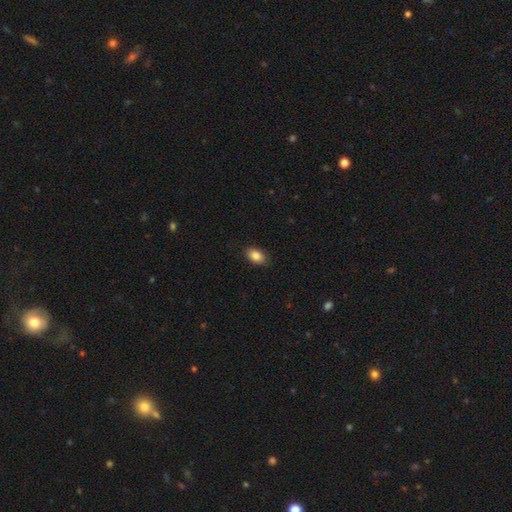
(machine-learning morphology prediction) smooth_or_featured: smooth (p=0.87) [alt: star or artifact p=0.08]
how_rounded: in between (p=0.89) [alt: round p=0.09]
merging: none (p=0.88) [alt: minor disturbance p=0.09]